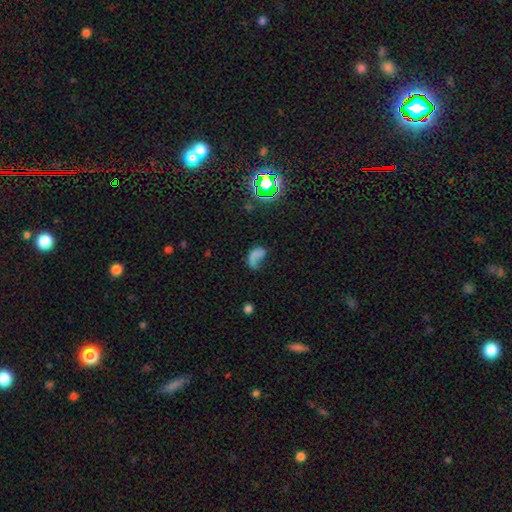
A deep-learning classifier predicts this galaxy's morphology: type=smooth (51%); roundness=in between (82%); merging=major disturbance (41%).